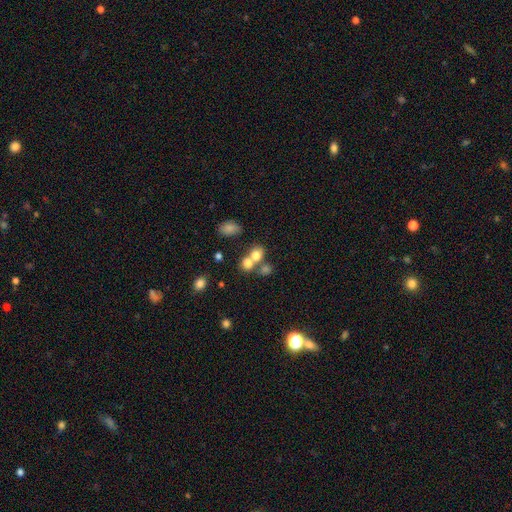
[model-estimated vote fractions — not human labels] Smooth or featured? smooth (73%)
How rounded? round (59%)
Merging? merger (55%)